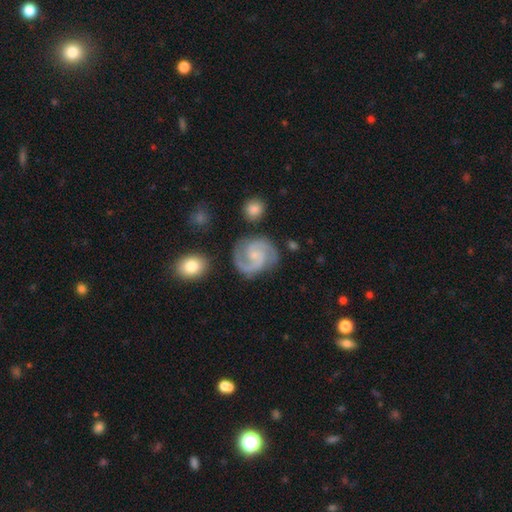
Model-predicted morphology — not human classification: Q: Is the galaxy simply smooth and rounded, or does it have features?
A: featured or disk — 89%.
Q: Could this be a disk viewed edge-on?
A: no — 98%.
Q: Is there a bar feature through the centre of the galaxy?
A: no — 54%.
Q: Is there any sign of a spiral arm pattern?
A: yes — 98%.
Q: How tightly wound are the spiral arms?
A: medium — 56%.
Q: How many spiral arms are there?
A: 2 — 89%.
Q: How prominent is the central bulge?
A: small — 64%.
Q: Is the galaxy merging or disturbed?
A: none — 78%.